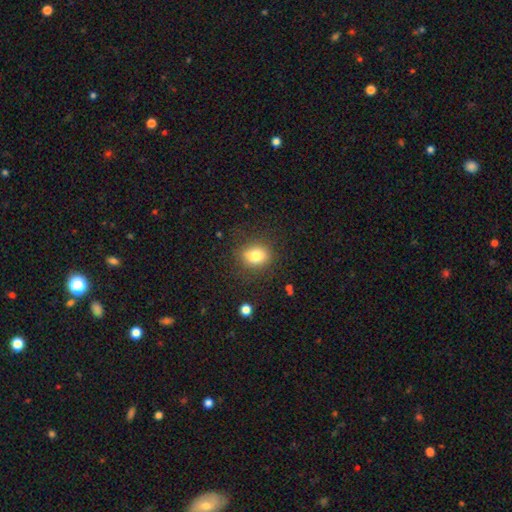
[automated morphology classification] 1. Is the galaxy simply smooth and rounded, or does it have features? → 80% smooth, 11% star or artifact, 9% featured or disk.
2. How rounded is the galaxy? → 57% round, 42% in between, 1% cigar-shaped.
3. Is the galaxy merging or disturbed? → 80% none, 13% minor disturbance, 5% major disturbance, 2% merger.